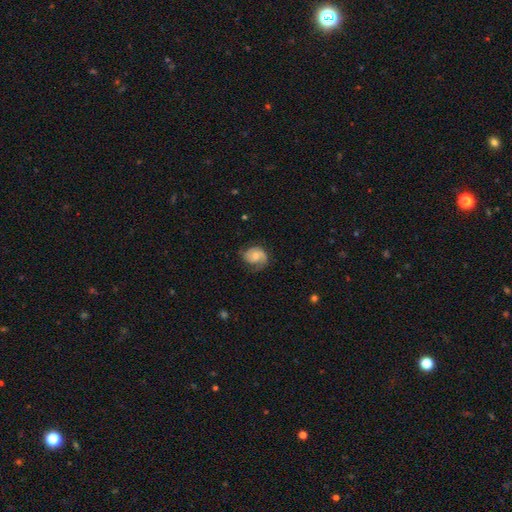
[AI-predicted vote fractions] featured or disk 67%, smooth 26%, star or artifact 7%. Down the decision tree: edge-on disk — no (98%); bar — no (64%); spiral arms — yes (92%); spiral arm count — 2 (70%); spiral winding — medium (43%); bulge size — moderate (51%); merging — none (63%).